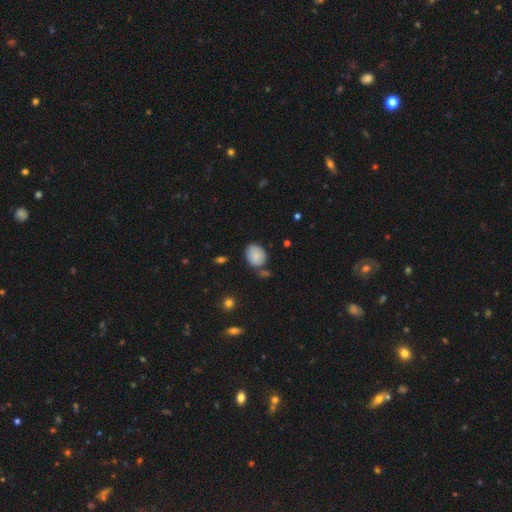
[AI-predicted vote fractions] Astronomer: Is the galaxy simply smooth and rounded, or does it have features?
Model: smooth — 83%.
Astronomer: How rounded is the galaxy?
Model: in between — 60% (runner-up: round, 39%).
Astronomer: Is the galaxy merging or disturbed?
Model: none — 69%.